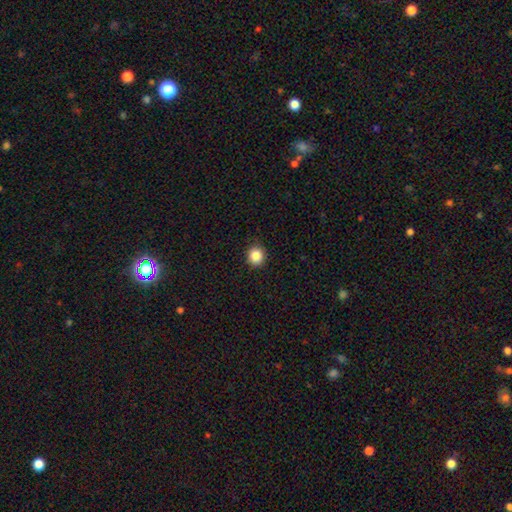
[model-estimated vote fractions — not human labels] Smooth or featured? Predicted: smooth (p=0.87). How rounded? Predicted: round (p=0.88). Merging? Predicted: none (p=0.91).